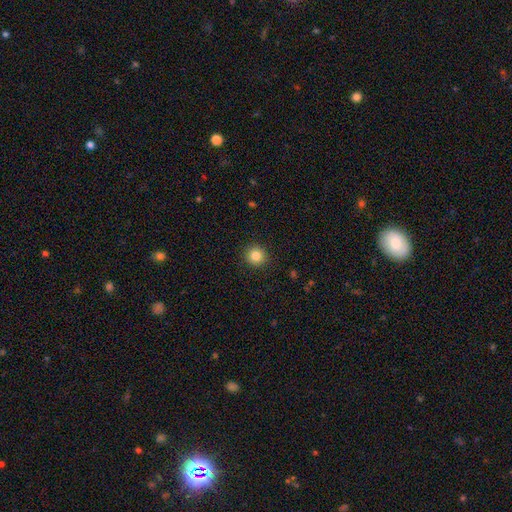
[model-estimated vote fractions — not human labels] smooth 84%, star or artifact 11%, featured or disk 5%. Down the decision tree: how rounded — round (92%); merging — none (91%).